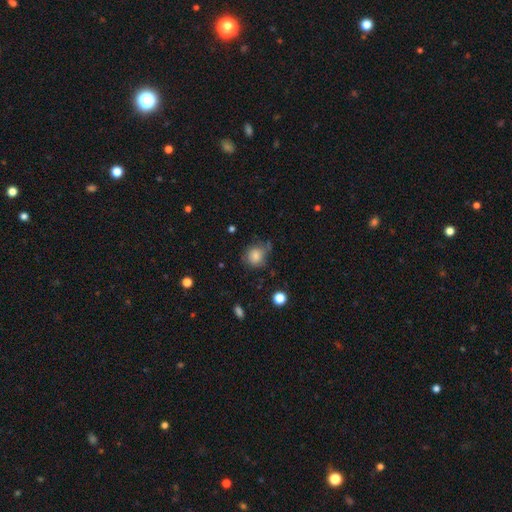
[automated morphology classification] Smooth or featured?
  - smooth: 80% *
  - star or artifact: 10%
  - featured or disk: 9%
How rounded?
  - round: 77% *
  - in between: 22%
  - cigar-shaped: 1%
Merging?
  - none: 57% *
  - minor disturbance: 28%
  - major disturbance: 11%
  - merger: 5%